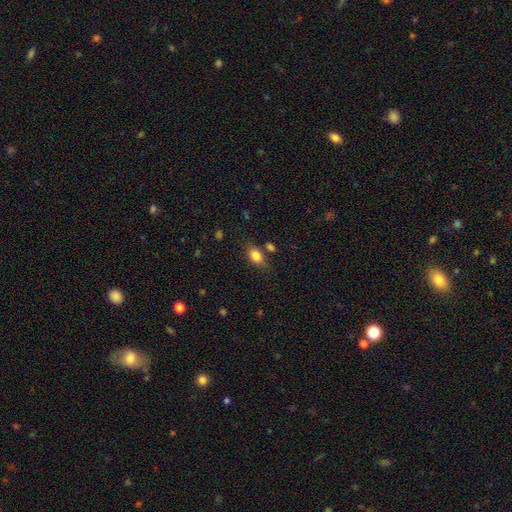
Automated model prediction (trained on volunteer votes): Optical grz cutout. It shows a smooth galaxy with no disk features (81%) that is in between round and cigar-shaped (79%). Merging: none (69%).